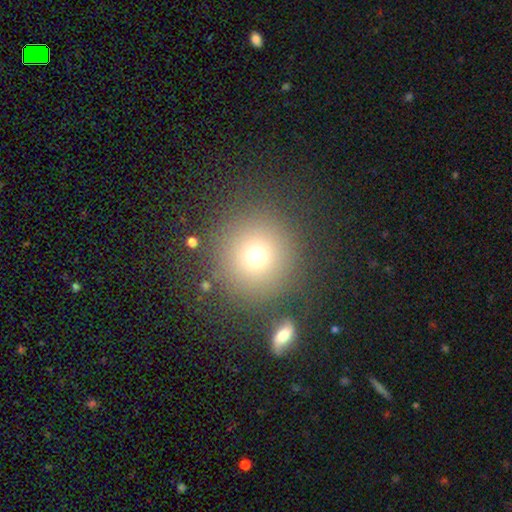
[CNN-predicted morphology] Smooth or featured? Predicted: smooth (p=0.72). How rounded? Predicted: round (p=0.94). Merging? Predicted: none (p=0.83).